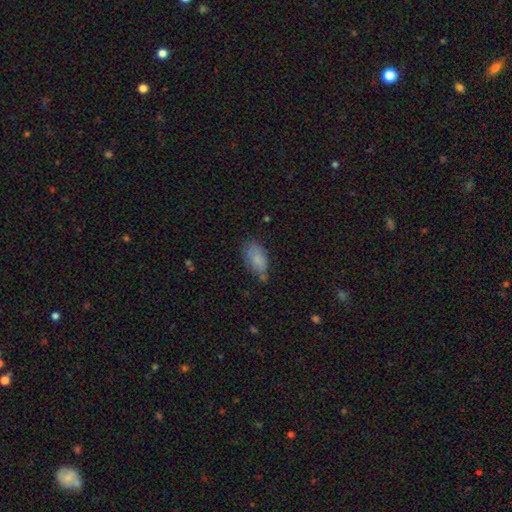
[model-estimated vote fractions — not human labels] smooth-or-featured: smooth: 81% | featured or disk: 10% | star or artifact: 9%
  how-rounded: in between: 91% | round: 6% | cigar-shaped: 3%
  merging: none: 56% | minor disturbance: 31% | major disturbance: 7% | merger: 6%